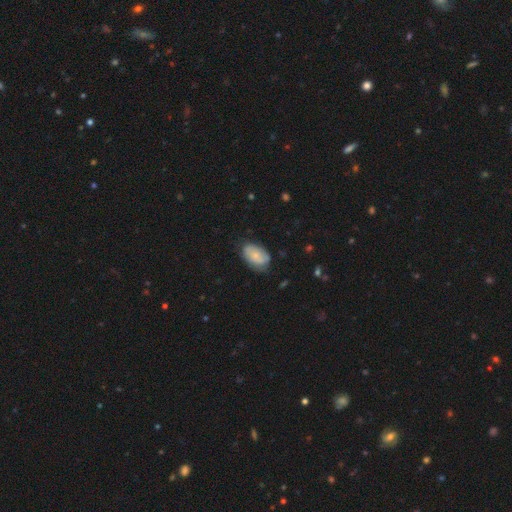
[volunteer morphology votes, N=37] A smooth galaxy with no disk features (70%) that is in between round and cigar-shaped (92%).

Vote fractions:
- Smooth or featured? smooth: 70% / featured or disk: 27% / star or artifact: 3%
- How rounded? in between: 92% / round: 8% / cigar-shaped: 0%
- Merging? none: 64% / minor disturbance: 33% / merger: 3% / major disturbance: 0%